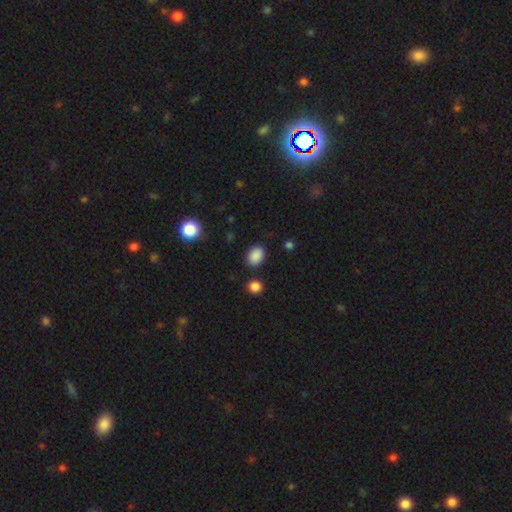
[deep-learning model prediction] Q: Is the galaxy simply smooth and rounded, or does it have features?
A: smooth — 87%.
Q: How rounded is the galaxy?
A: in between — 69%.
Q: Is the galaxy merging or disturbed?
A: none — 85%.